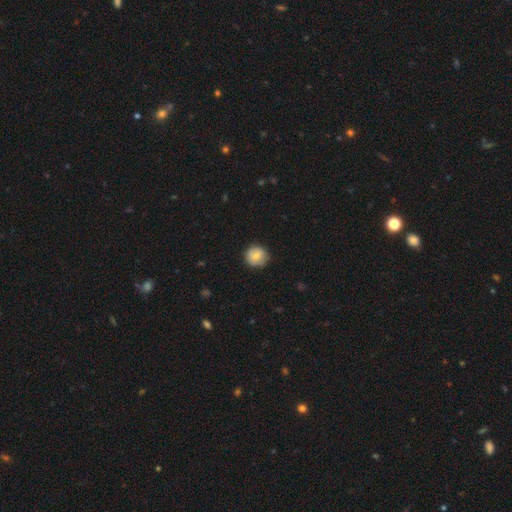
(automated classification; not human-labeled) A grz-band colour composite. It shows a smooth galaxy with no disk features (78%) that is round (90%). Merging: none (81%).